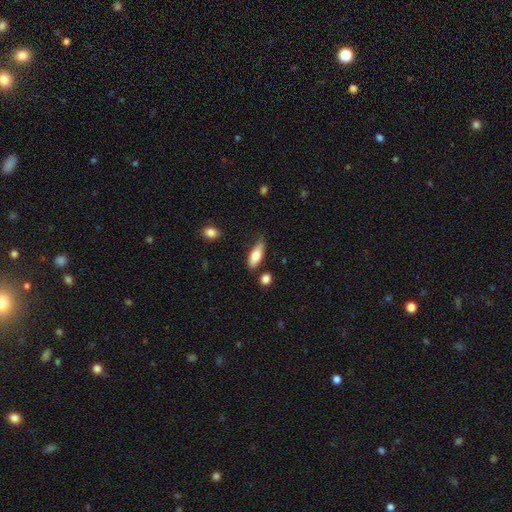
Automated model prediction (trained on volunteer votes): smooth_or_featured: smooth (p=0.74) [alt: featured or disk p=0.20]
how_rounded: in between (p=0.70) [alt: cigar-shaped p=0.28]
merging: none (p=0.63) [alt: minor disturbance p=0.27]